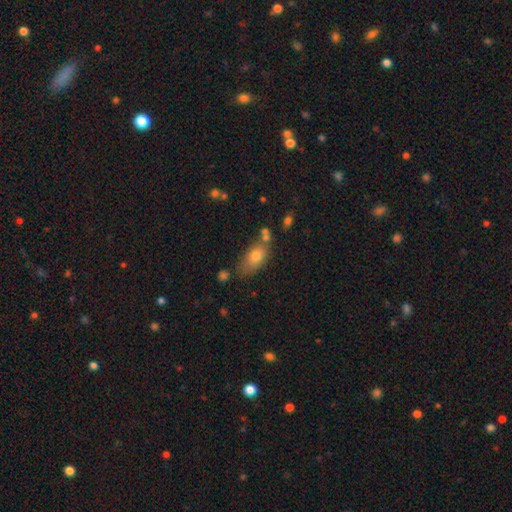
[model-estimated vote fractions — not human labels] Morphology: type=smooth (74%); roundness=in between (84%); merging=none (60%).